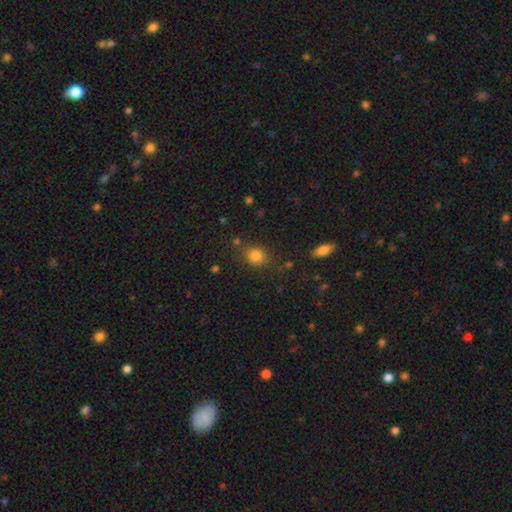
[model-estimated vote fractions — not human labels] This is clearly a smooth galaxy (81%). How rounded: likely round (69%). Merging: likely none (78%).